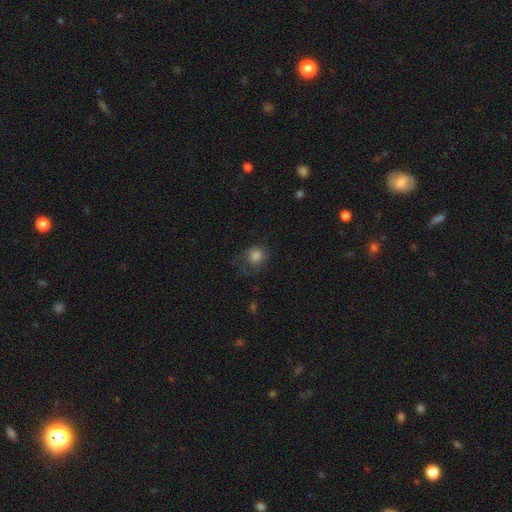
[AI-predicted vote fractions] This is likely a smooth galaxy (79%). How rounded: likely round (79%). Merging: possibly none (55%).